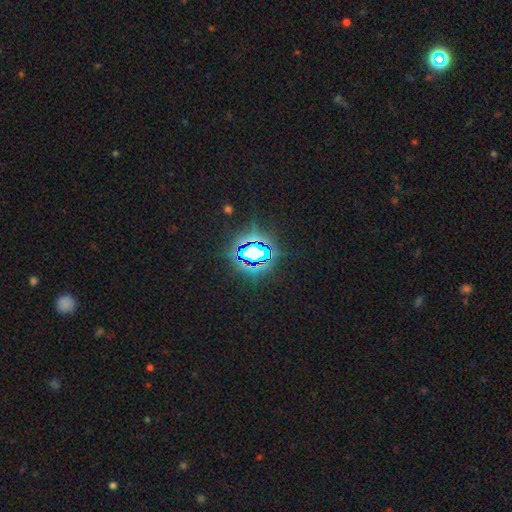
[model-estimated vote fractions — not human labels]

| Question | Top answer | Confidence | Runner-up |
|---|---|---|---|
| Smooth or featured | star or artifact | 78% | smooth (13%) |